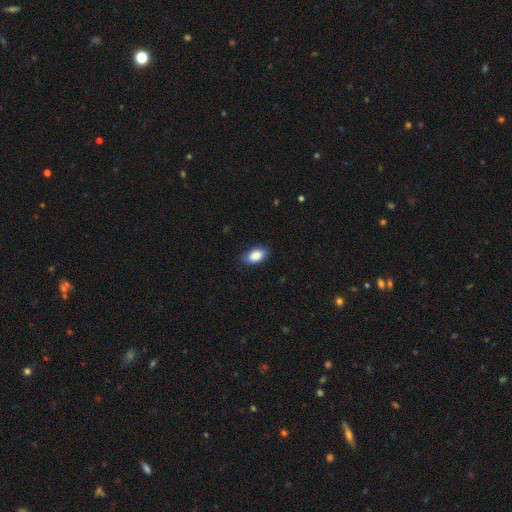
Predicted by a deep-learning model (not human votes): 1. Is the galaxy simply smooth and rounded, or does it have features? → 88% smooth, 7% star or artifact, 5% featured or disk.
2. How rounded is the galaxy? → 92% in between, 6% round, 2% cigar-shaped.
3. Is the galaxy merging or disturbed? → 82% none, 14% minor disturbance, 3% major disturbance, 1% merger.